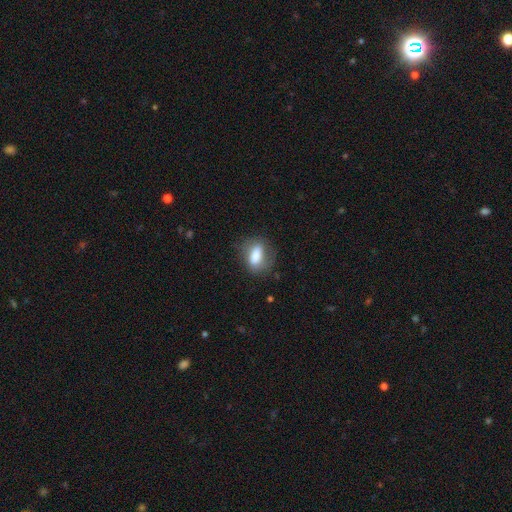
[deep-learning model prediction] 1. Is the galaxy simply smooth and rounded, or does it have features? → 75% smooth, 17% featured or disk, 8% star or artifact.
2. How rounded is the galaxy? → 76% in between, 14% cigar-shaped, 10% round.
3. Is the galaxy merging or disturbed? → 69% none, 20% minor disturbance, 9% major disturbance, 2% merger.